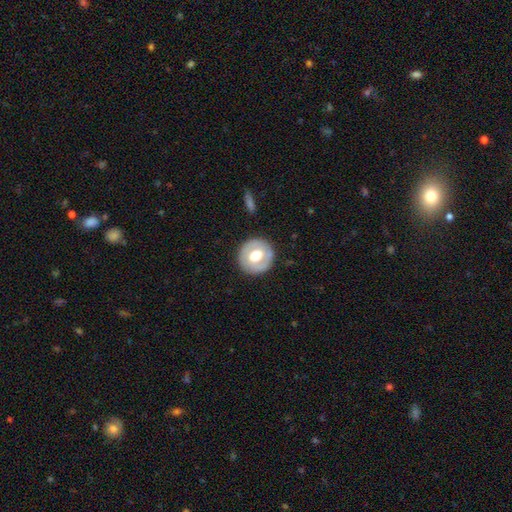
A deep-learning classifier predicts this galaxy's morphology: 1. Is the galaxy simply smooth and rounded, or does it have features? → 51% smooth, 43% featured or disk, 6% star or artifact.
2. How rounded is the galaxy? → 90% round, 9% in between, 1% cigar-shaped.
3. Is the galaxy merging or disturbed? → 86% none, 9% minor disturbance, 3% major disturbance, 1% merger.